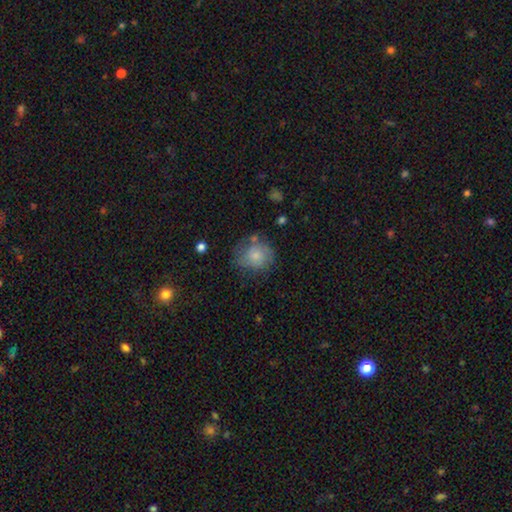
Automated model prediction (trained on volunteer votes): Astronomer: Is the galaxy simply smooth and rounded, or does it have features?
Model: smooth — 72%.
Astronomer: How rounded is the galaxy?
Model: round — 77%.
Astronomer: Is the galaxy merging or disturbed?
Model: none — 52% (runner-up: minor disturbance, 28%).